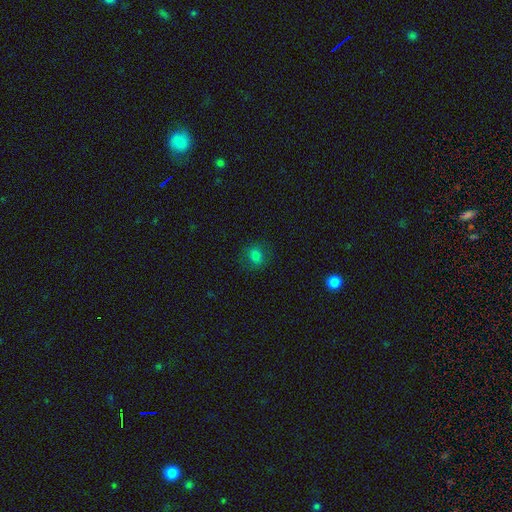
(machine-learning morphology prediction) smooth_or_featured: smooth (p=0.78) [alt: star or artifact p=0.14]
how_rounded: round (p=0.75) [alt: in between p=0.24]
merging: none (p=0.83) [alt: minor disturbance p=0.12]